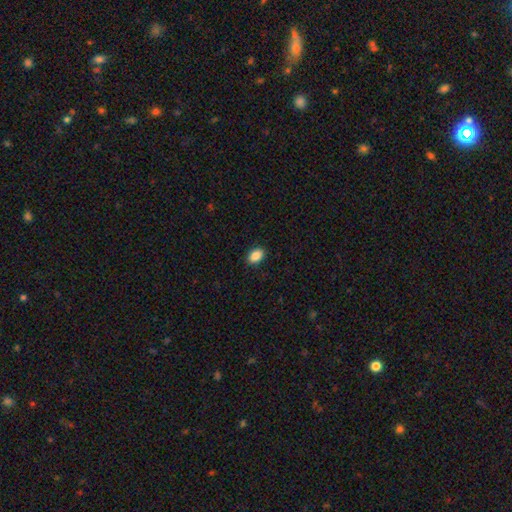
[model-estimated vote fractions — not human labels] Q: Smooth or featured?
A: smooth (88%); runner-up: star or artifact (8%)
Q: How rounded?
A: in between (84%); runner-up: round (15%)
Q: Merging?
A: none (89%); runner-up: minor disturbance (8%)